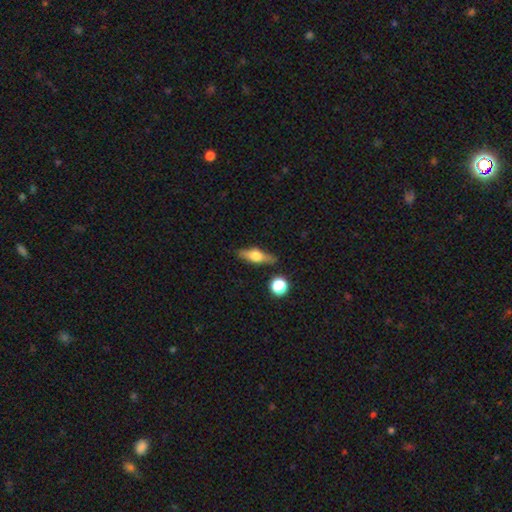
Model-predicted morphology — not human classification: smooth_or_featured: featured or disk (p=0.47) [alt: smooth p=0.45]
merging: none (p=0.83) [alt: minor disturbance p=0.11]